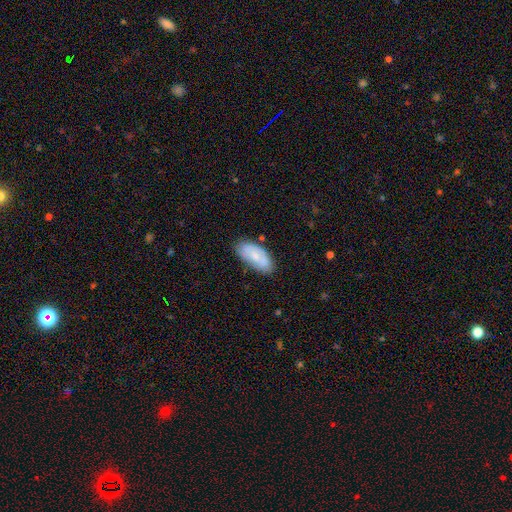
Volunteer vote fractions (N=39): Smooth or featured?
  - smooth: 59% *
  - featured or disk: 38%
  - star or artifact: 3%
How rounded?
  - in between: 83% *
  - cigar-shaped: 13%
  - round: 4%
Merging?
  - none: 61% *
  - minor disturbance: 37%
  - merger: 3%
  - major disturbance: 0%